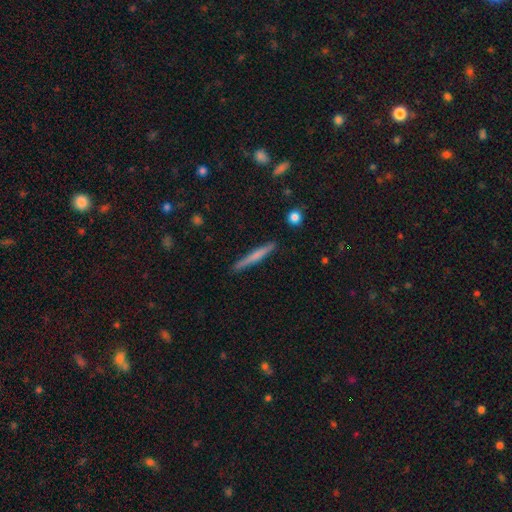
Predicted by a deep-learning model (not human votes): smooth-or-featured: smooth: 55% | featured or disk: 39% | star or artifact: 6%
  how-rounded: cigar-shaped: 96% | in between: 3% | round: 2%
  merging: none: 90% | minor disturbance: 8% | major disturbance: 1% | merger: 1%